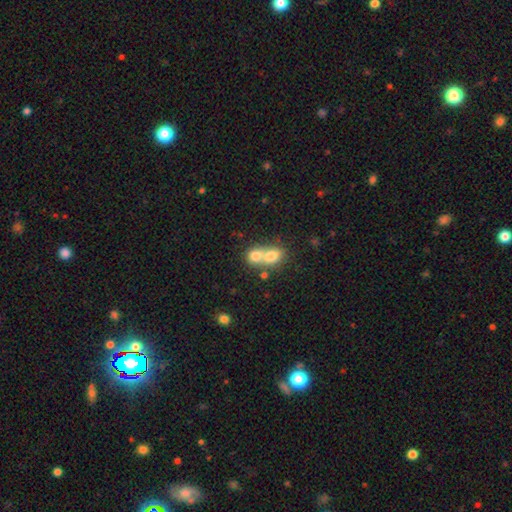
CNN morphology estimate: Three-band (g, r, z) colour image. It shows a smooth galaxy with no disk features (74%) that is in between round and cigar-shaped (49%, tied with round). Merging: merger (72%).